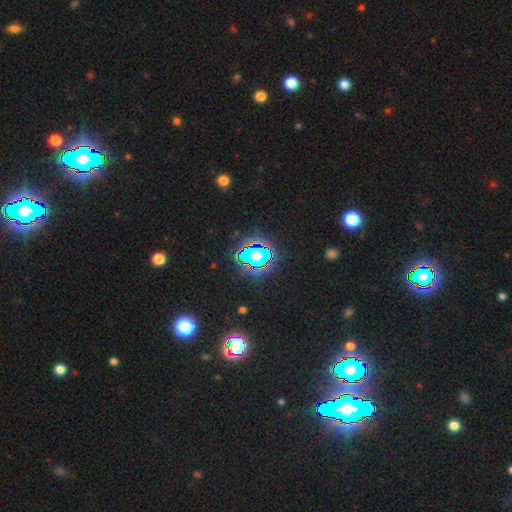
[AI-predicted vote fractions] The model was most divided on "smooth or featured": star or artifact: 61%, smooth: 25%, featured or disk: 14%.